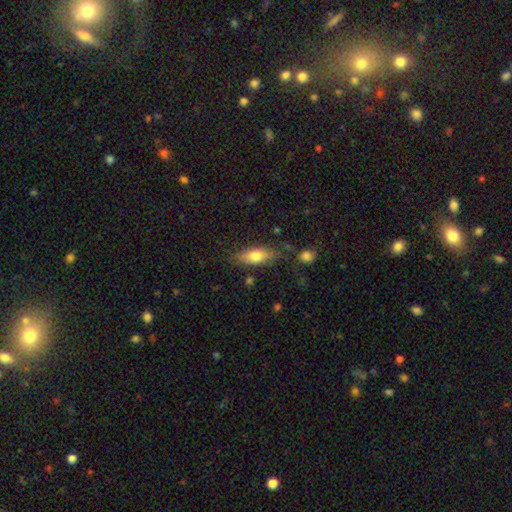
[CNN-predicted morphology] type=smooth (73%); roundness=in between (72%); merging=none (75%).